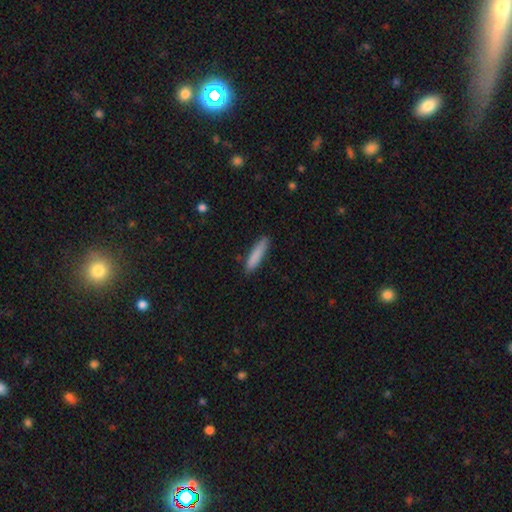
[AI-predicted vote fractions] A smooth galaxy with no disk features (85%) that is cigar-shaped (85%).

Vote fractions:
- Smooth or featured? smooth: 85% / featured or disk: 9% / star or artifact: 6%
- How rounded? cigar-shaped: 85% / in between: 14% / round: 1%
- Merging? none: 85% / minor disturbance: 12% / major disturbance: 2% / merger: 1%